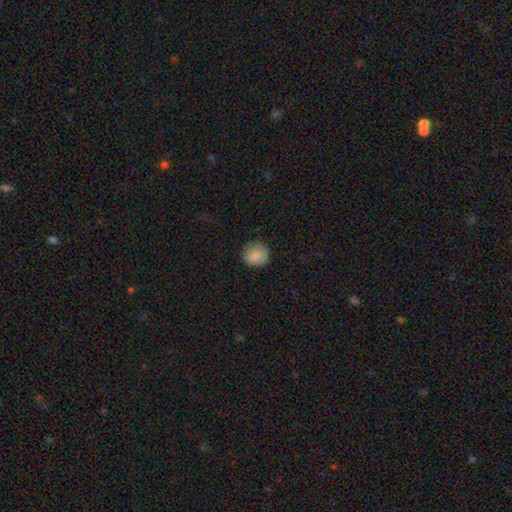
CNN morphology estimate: Smooth or featured? Predicted: smooth (p=0.84). How rounded? Predicted: round (p=0.91). Merging? Predicted: none (p=0.82).